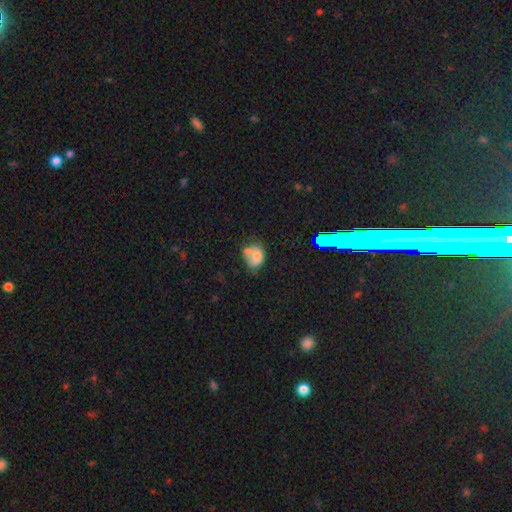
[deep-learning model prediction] A smooth galaxy with no disk features (65%) that is in between round and cigar-shaped (52%).

Vote fractions:
- Smooth or featured? smooth: 65% / featured or disk: 22% / star or artifact: 13%
- How rounded? in between: 52% / round: 47% / cigar-shaped: 1%
- Merging? merger: 34% / none: 31% / minor disturbance: 22% / major disturbance: 13%